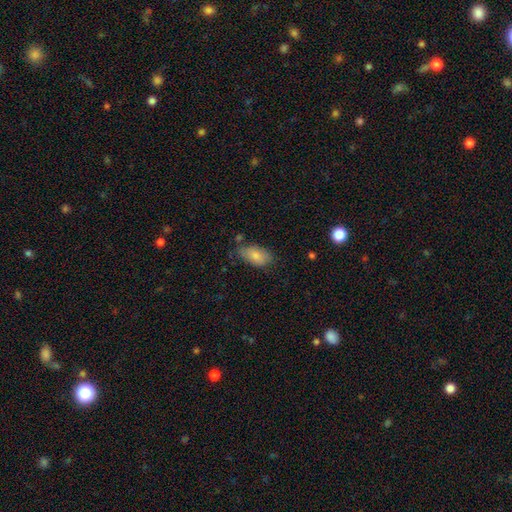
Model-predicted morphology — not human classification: Smooth or featured?
  - smooth: 82% *
  - featured or disk: 11%
  - star or artifact: 7%
How rounded?
  - in between: 92% *
  - round: 4%
  - cigar-shaped: 4%
Merging?
  - none: 65% *
  - minor disturbance: 25%
  - major disturbance: 5%
  - merger: 4%